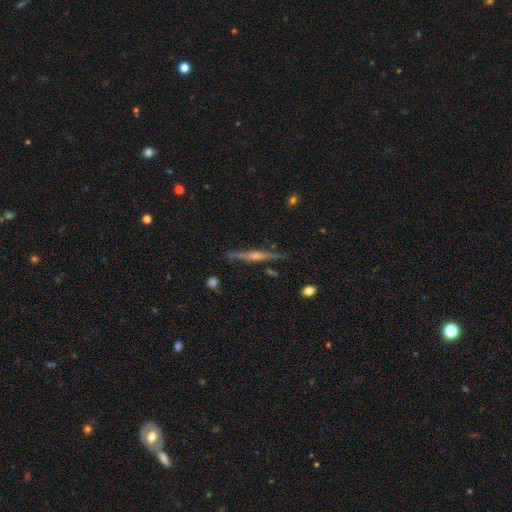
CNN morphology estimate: Smooth or featured? featured or disk (83%)
Edge-on disk? yes (98%)
Edge-on bulge? rounded (85%)
Merging? none (88%)